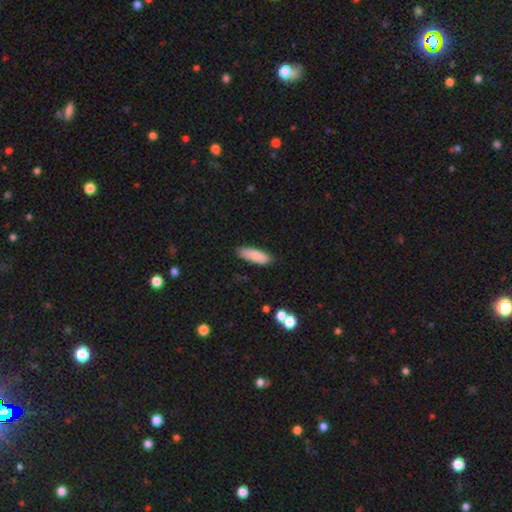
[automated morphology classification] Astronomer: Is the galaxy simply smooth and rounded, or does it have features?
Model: smooth — 87%.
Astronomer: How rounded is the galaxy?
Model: in between — 57% (runner-up: cigar-shaped, 41%).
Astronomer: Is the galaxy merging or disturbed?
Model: none — 85%.